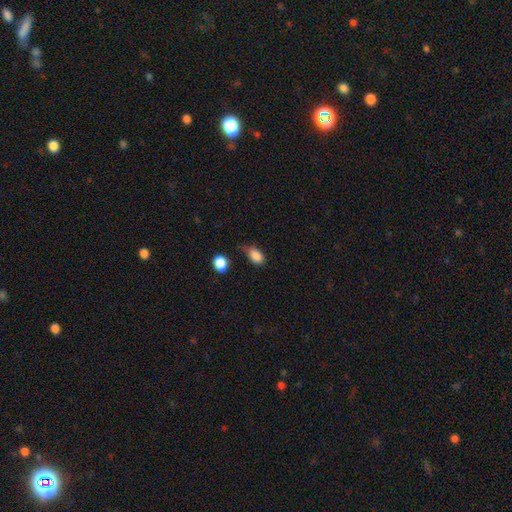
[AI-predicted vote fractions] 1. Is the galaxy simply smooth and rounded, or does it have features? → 86% smooth, 9% star or artifact, 5% featured or disk.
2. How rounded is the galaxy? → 84% in between, 14% round, 2% cigar-shaped.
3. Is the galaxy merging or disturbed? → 46% none, 37% minor disturbance, 11% major disturbance, 6% merger.